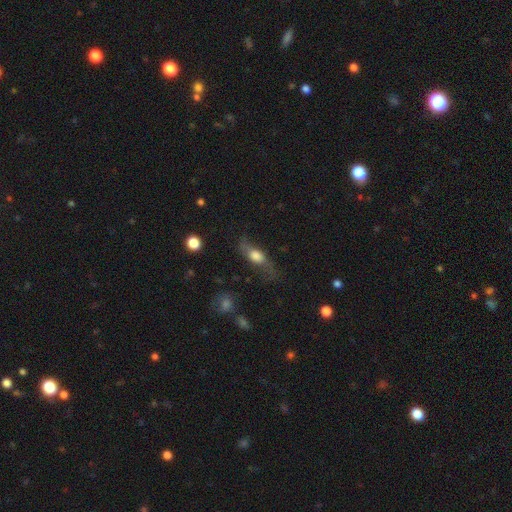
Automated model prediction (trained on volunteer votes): This is possibly a smooth galaxy (53%). How rounded: possibly in between (59%). Merging: possibly none (56%).